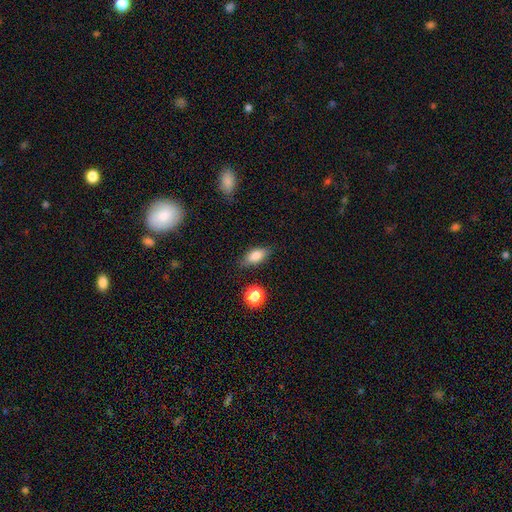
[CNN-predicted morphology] This appears to be a smooth galaxy with no disk features (82%) that is in between round and cigar-shaped (83%). Merging: none (80%).